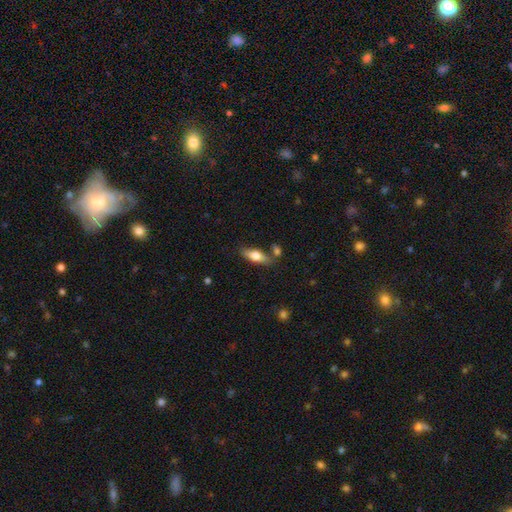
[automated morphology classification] Smooth or featured: smooth — 61% (featured or disk — 33%)
How rounded: in between — 62% (cigar-shaped — 35%)
Merging: none — 71% (minor disturbance — 14%)